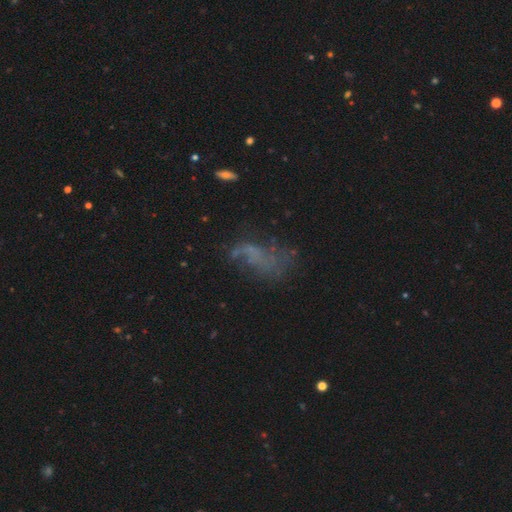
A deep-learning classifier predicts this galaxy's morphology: A featured or disk galaxy (45%).

Vote fractions:
- Smooth or featured? featured or disk: 45% / smooth: 32% / star or artifact: 23%
- Merging? none: 40% / major disturbance: 33% / minor disturbance: 21% / merger: 7%